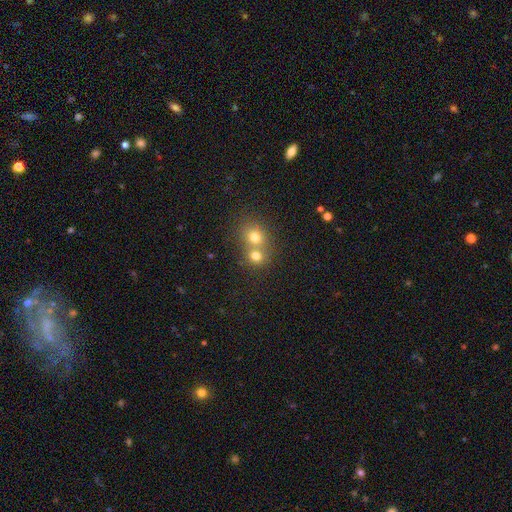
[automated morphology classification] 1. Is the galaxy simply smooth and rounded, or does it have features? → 74% smooth, 13% star or artifact, 12% featured or disk.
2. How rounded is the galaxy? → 77% round, 22% in between, 1% cigar-shaped.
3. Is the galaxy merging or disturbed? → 59% merger, 34% none, 5% minor disturbance, 2% major disturbance.